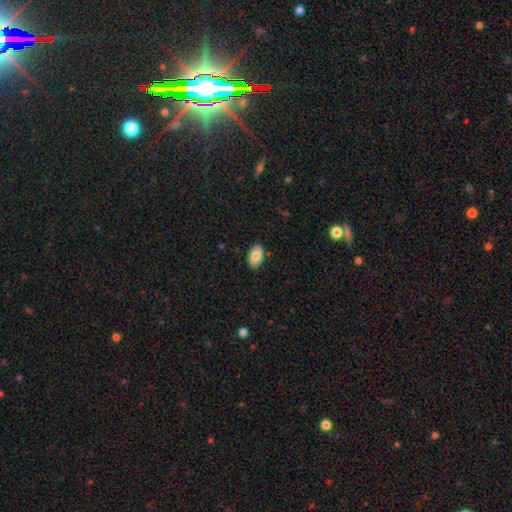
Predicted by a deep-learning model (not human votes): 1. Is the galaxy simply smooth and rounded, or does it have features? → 84% smooth, 10% featured or disk, 7% star or artifact.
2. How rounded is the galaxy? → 94% in between, 4% round, 2% cigar-shaped.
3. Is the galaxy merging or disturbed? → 87% none, 10% minor disturbance, 2% major disturbance, 1% merger.